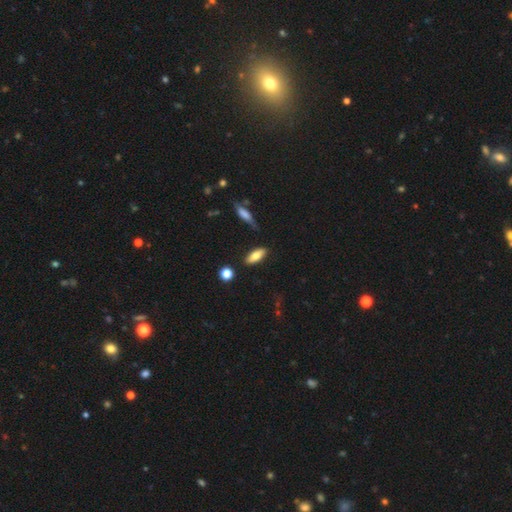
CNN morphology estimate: Smooth or featured? Predicted: smooth (p=0.72). How rounded? Predicted: in between (p=0.72). Merging? Predicted: none (p=0.82).